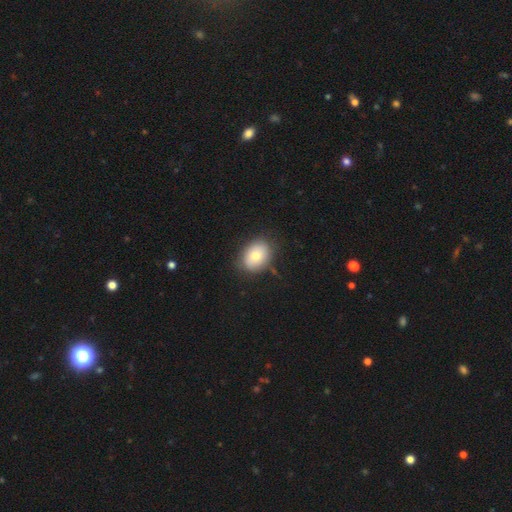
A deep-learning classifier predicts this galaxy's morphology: smooth 77%, featured or disk 16%, star or artifact 8%. Down the decision tree: how rounded — in between (65%); merging — none (81%).